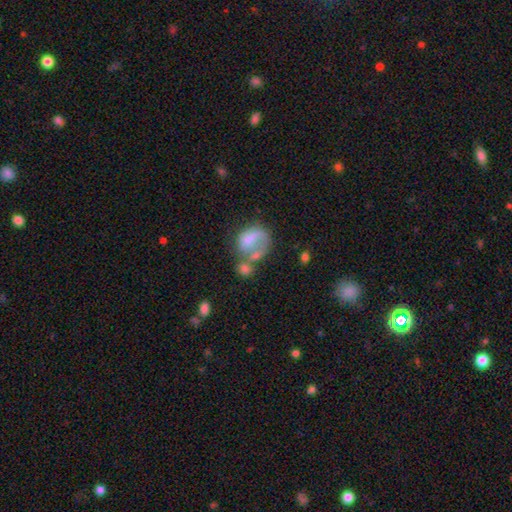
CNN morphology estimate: A smooth galaxy with no disk features (48%).

Vote fractions:
- Smooth or featured? smooth: 48% / featured or disk: 40% / star or artifact: 12%
- Merging? none: 29% / merger: 28% / major disturbance: 26% / minor disturbance: 17%